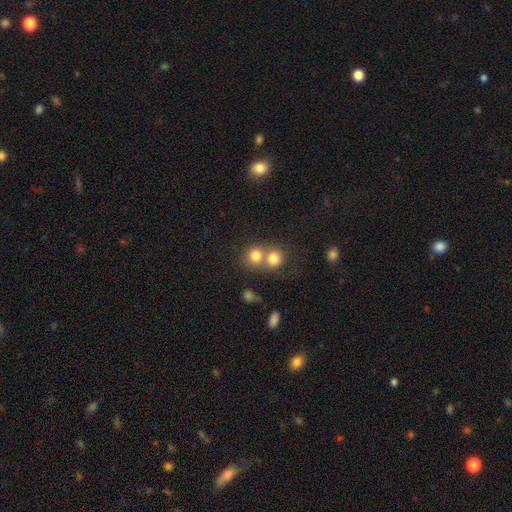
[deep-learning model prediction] Smooth or featured?
  - smooth: 78% *
  - star or artifact: 12%
  - featured or disk: 10%
How rounded?
  - round: 82% *
  - in between: 17%
  - cigar-shaped: 1%
Merging?
  - merger: 53% *
  - none: 38%
  - minor disturbance: 6%
  - major disturbance: 3%